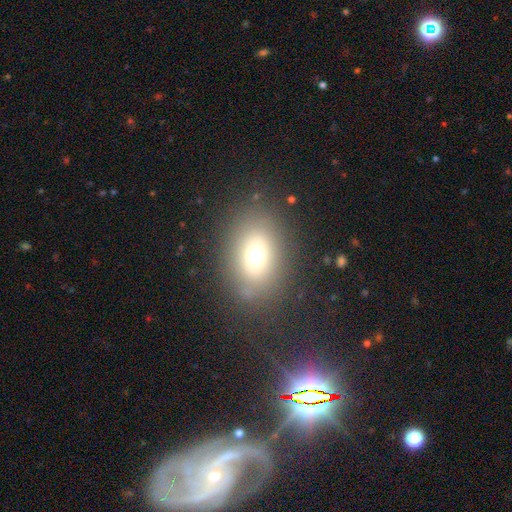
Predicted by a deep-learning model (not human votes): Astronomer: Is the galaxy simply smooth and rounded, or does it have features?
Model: smooth — 66%.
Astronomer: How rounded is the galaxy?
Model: in between — 64%.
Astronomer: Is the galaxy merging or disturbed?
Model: none — 77%.